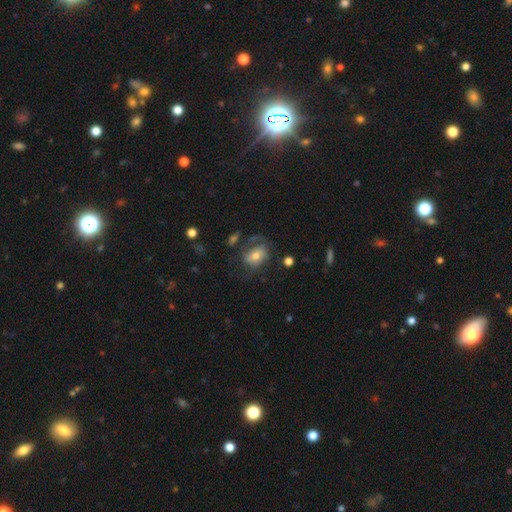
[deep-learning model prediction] smooth-or-featured: smooth: 53% | featured or disk: 38% | star or artifact: 9%
  how-rounded: in between: 73% | round: 25% | cigar-shaped: 2%
  merging: none: 44% | major disturbance: 28% | minor disturbance: 22% | merger: 6%